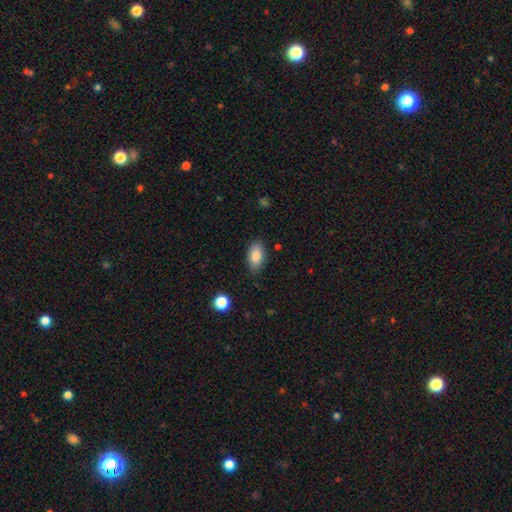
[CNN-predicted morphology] This appears to be a smooth galaxy with no disk features (86%) that is in between round and cigar-shaped (91%). Merging: none (81%).